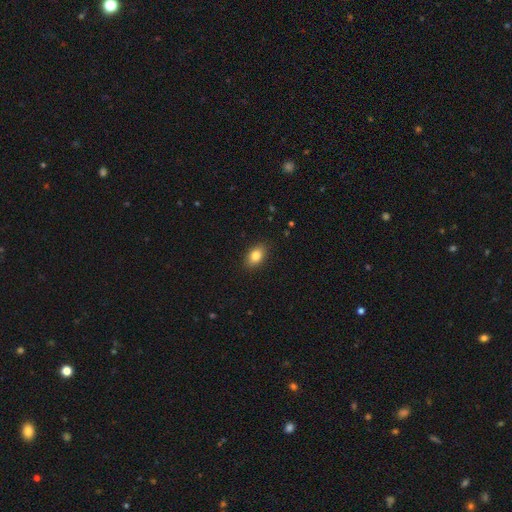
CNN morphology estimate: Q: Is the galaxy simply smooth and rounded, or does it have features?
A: smooth — 82%.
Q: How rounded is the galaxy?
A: in between — 87%.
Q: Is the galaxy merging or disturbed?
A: none — 88%.